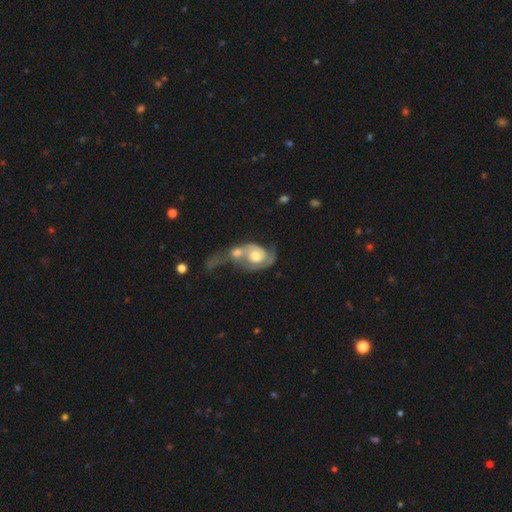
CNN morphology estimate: This appears to be a featured or disk galaxy (77%) with no bar (70%), 2 (63%) tight (42%) spiral arms (88%) and a moderate central bulge (63%). Merging: merger (65%).